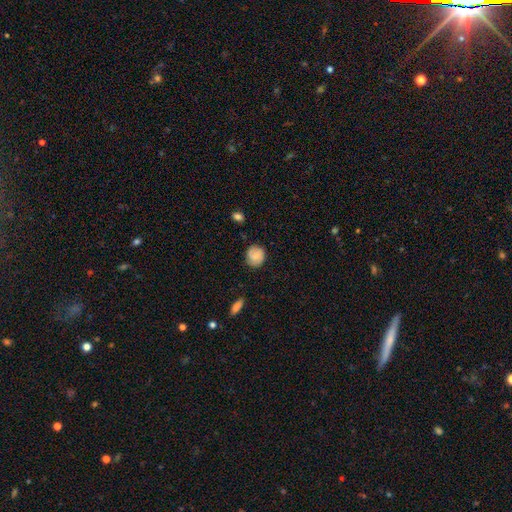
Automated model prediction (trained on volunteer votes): Smooth or featured? smooth (65%)
How rounded? round (80%)
Merging? none (77%)